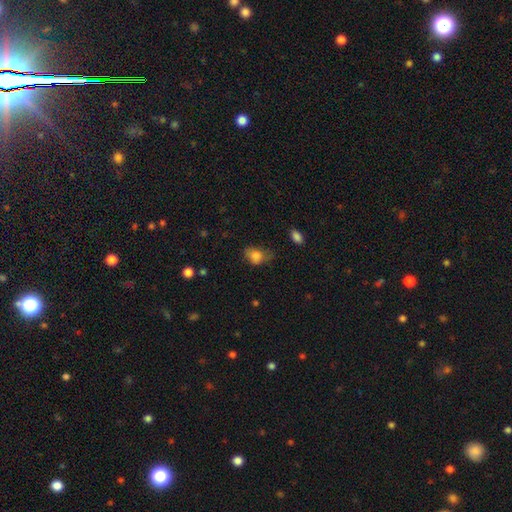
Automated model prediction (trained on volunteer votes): Smooth or featured? smooth (78%)
How rounded? in between (66%)
Merging? none (39%)